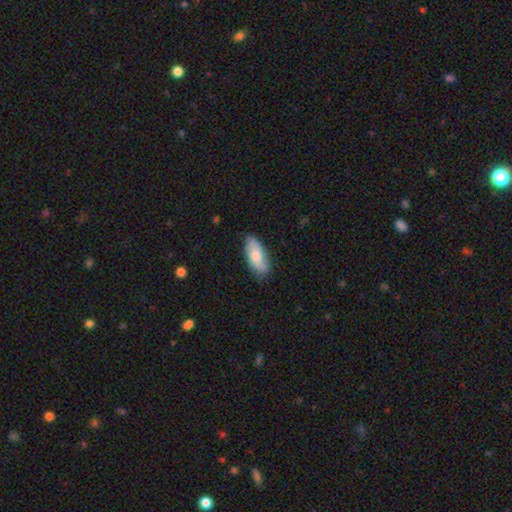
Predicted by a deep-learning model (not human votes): This appears to be a smooth galaxy with no disk features (56%) that is in between round and cigar-shaped (86%). Merging: none (77%).